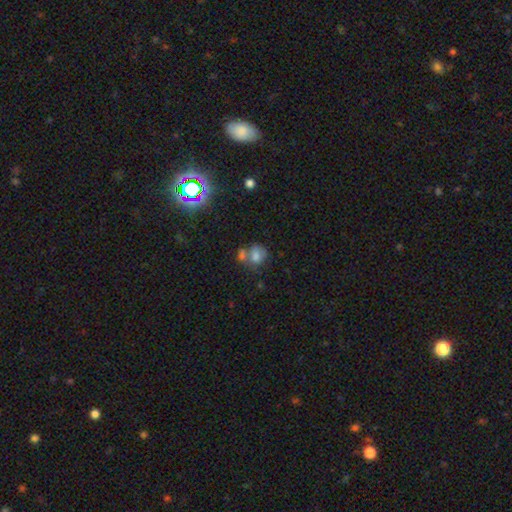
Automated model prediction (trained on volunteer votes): A smooth galaxy with no disk features (69%) that is round (56%). Merging: merger (41%).